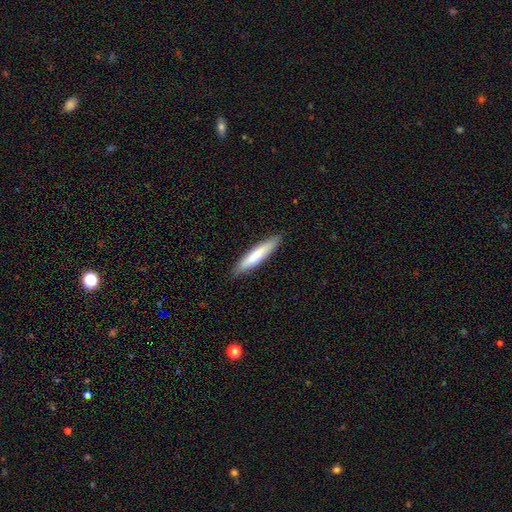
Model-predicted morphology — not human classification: Smooth or featured? smooth (73%)
How rounded? cigar-shaped (87%)
Merging? none (87%)